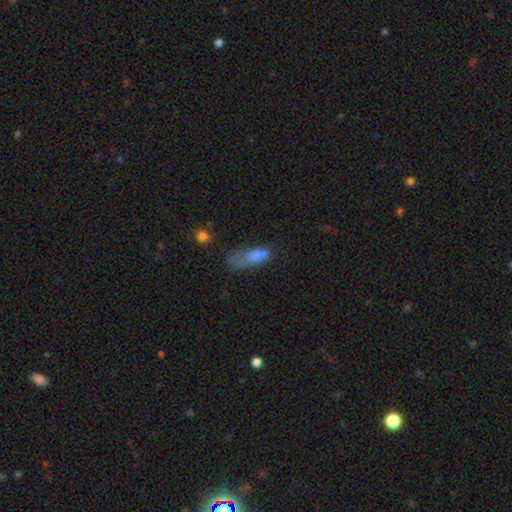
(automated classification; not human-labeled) smooth-or-featured: smooth: 68% | featured or disk: 19% | star or artifact: 13%
  how-rounded: in between: 66% | cigar-shaped: 30% | round: 5%
  merging: major disturbance: 37% | minor disturbance: 26% | none: 22% | merger: 16%